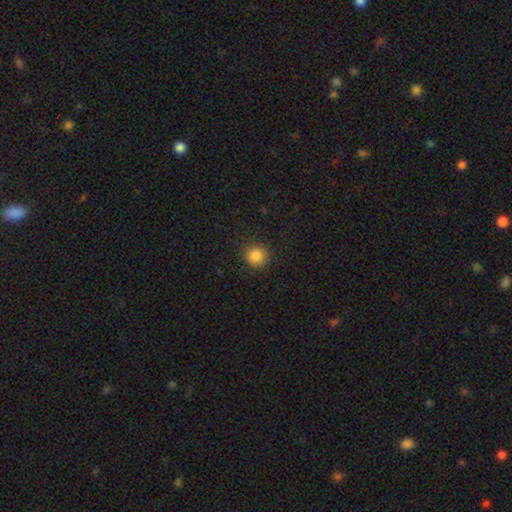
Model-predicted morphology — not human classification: smooth-or-featured: smooth: 86% | star or artifact: 11% | featured or disk: 4%
  how-rounded: round: 90% | in between: 9% | cigar-shaped: 1%
  merging: none: 89% | minor disturbance: 8% | major disturbance: 2% | merger: 1%